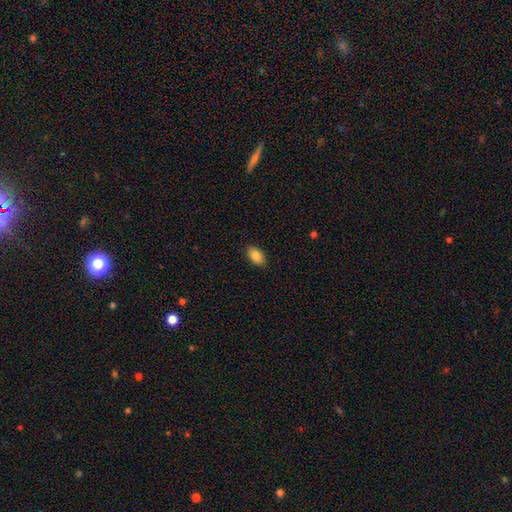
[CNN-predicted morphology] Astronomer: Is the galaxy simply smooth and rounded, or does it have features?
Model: smooth — 86%.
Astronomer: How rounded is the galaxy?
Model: in between — 92%.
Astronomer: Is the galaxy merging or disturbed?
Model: none — 88%.